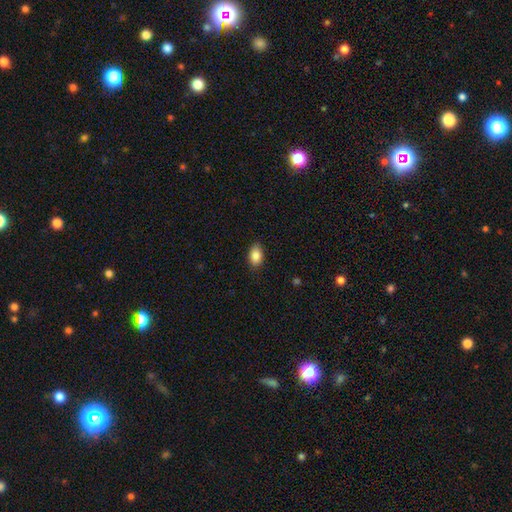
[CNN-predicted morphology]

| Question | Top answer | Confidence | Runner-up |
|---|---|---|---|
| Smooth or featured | smooth | 87% | star or artifact (8%) |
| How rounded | in between | 88% | round (11%) |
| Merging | none | 85% | minor disturbance (12%) |